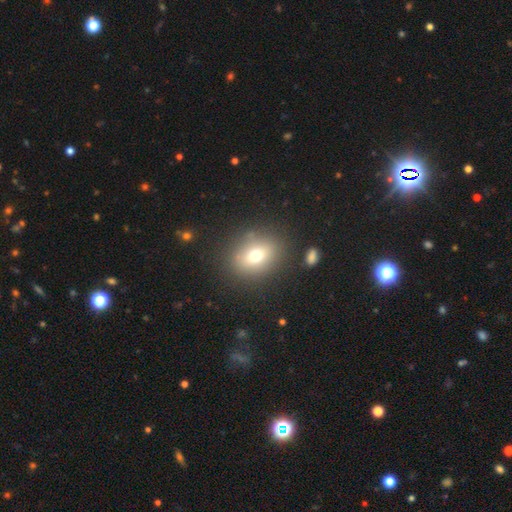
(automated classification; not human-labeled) smooth 70%, featured or disk 16%, star or artifact 15%. Down the decision tree: how rounded — round (57%); merging — none (83%).